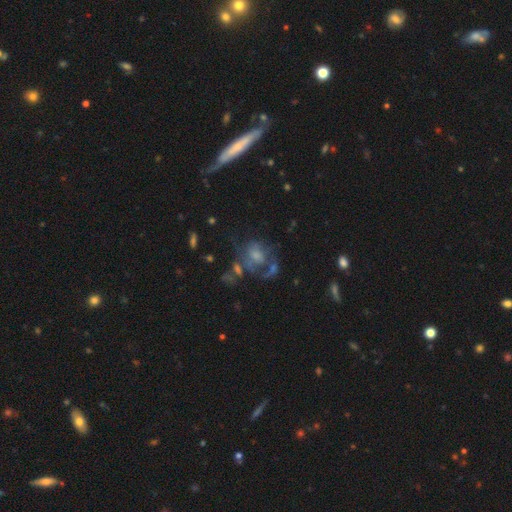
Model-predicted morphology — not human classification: featured or disk 52%, smooth 35%, star or artifact 14%. Down the decision tree: edge-on disk — no (97%); bar — no (76%); spiral arms — no (51%); bulge size — moderate (36%); merging — major disturbance (34%).